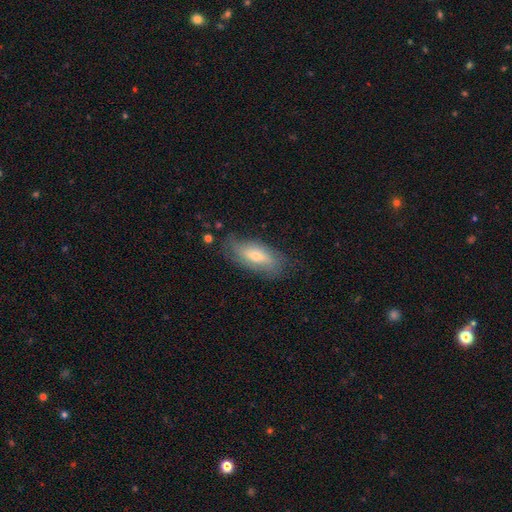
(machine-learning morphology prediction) This is possibly a smooth galaxy (49%). Merging: likely none (68%).